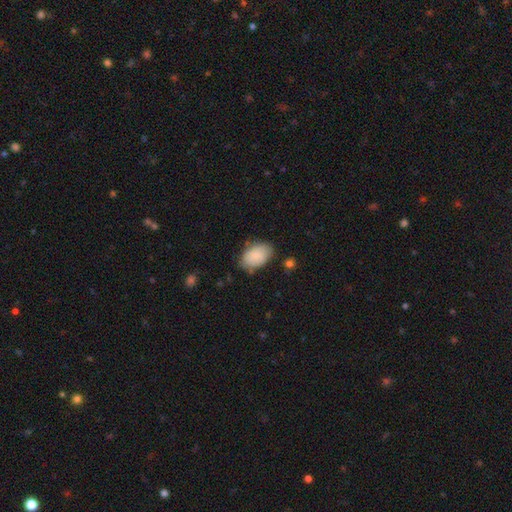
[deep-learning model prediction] smooth-or-featured: smooth: 85% | featured or disk: 8% | star or artifact: 6%
  how-rounded: in between: 89% | round: 10% | cigar-shaped: 1%
  merging: none: 75% | minor disturbance: 18% | major disturbance: 4% | merger: 2%